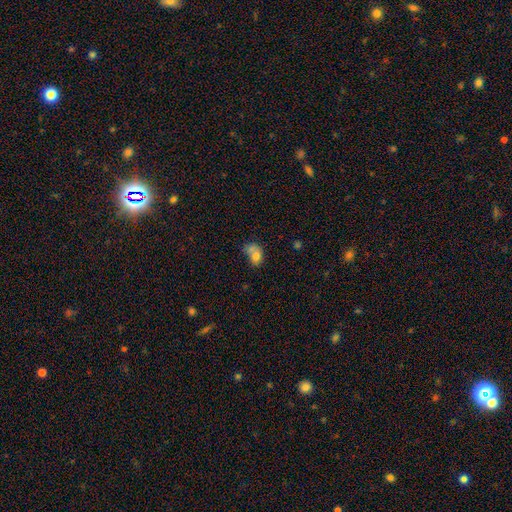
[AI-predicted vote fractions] smooth_or_featured: smooth (p=0.72) [alt: featured or disk p=0.18]
how_rounded: in between (p=0.63) [alt: round p=0.36]
merging: merger (p=0.40) [alt: none p=0.26]